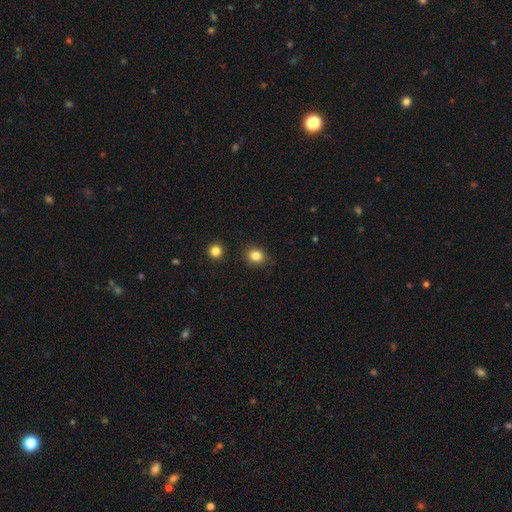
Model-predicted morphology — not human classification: smooth_or_featured: smooth (p=0.84) [alt: star or artifact p=0.11]
how_rounded: round (p=0.61) [alt: in between p=0.39]
merging: none (p=0.85) [alt: minor disturbance p=0.10]